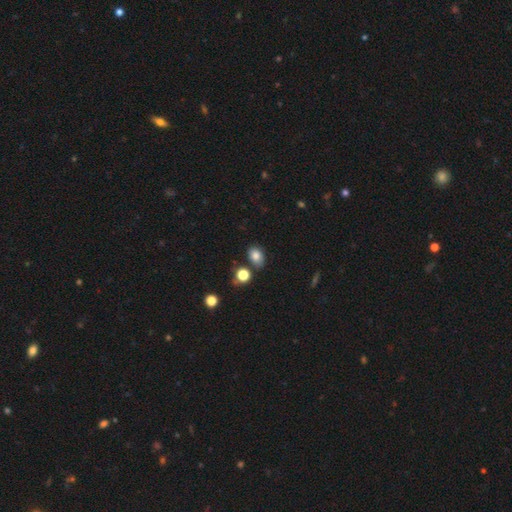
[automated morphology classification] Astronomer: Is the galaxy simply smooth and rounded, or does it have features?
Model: smooth — 81%.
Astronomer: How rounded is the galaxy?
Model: in between — 71%.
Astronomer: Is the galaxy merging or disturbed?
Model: none — 77%.